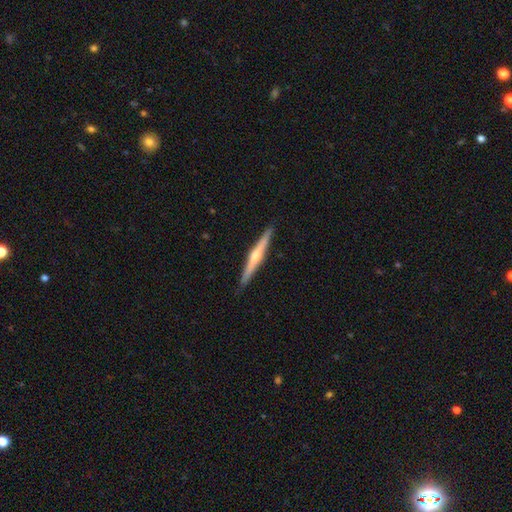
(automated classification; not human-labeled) The model was most divided on "smooth or featured": featured or disk: 66%, smooth: 29%, star or artifact: 5%. More confident: edge-on disk — yes (98%); merging — none (90%); edge-on bulge — rounded (82%).